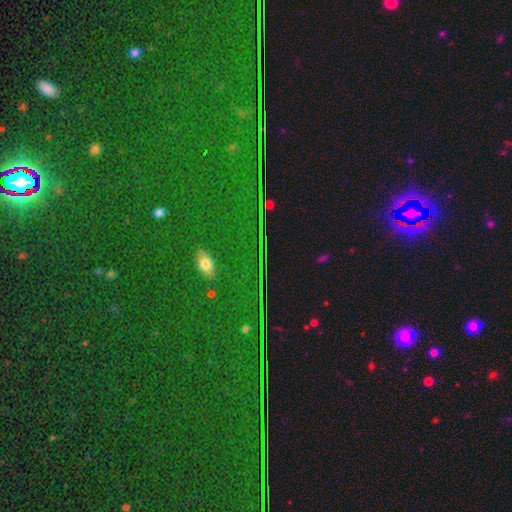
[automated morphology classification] smooth-or-featured: star or artifact: 81% | smooth: 11% | featured or disk: 8%